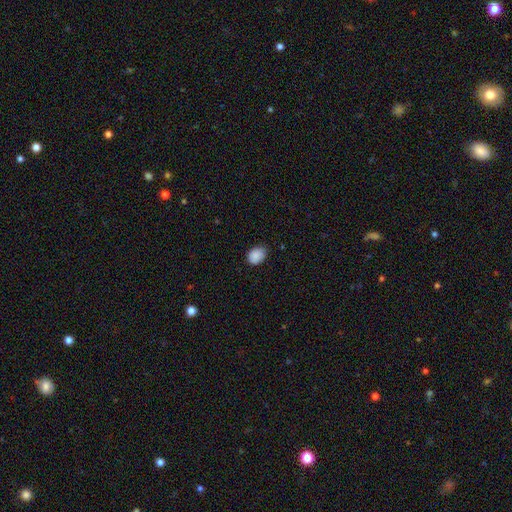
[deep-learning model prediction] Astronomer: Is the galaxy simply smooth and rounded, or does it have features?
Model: smooth — 89%.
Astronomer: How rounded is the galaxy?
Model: in between — 64%.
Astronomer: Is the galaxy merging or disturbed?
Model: none — 77%.